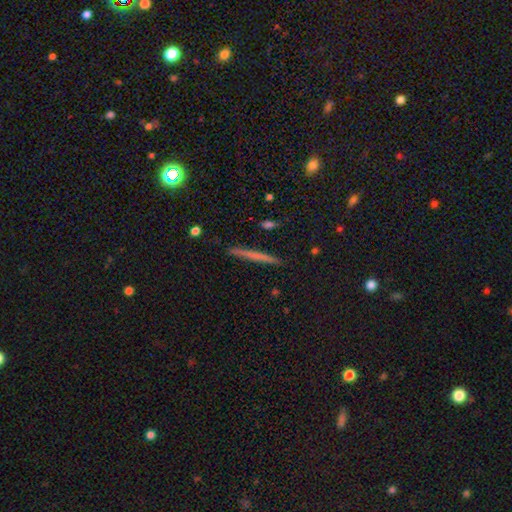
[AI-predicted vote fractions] smooth 54%, featured or disk 38%, star or artifact 8%. Down the decision tree: how rounded — cigar-shaped (95%); merging — none (92%).